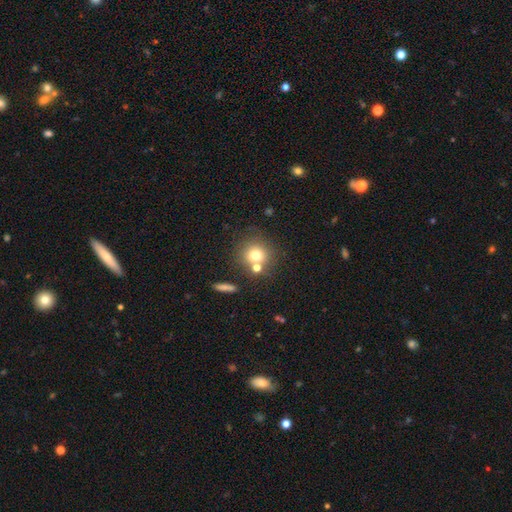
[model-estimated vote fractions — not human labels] Q: Smooth or featured?
A: smooth (73%); runner-up: star or artifact (13%)
Q: How rounded?
A: round (89%); runner-up: in between (10%)
Q: Merging?
A: none (62%); runner-up: merger (24%)